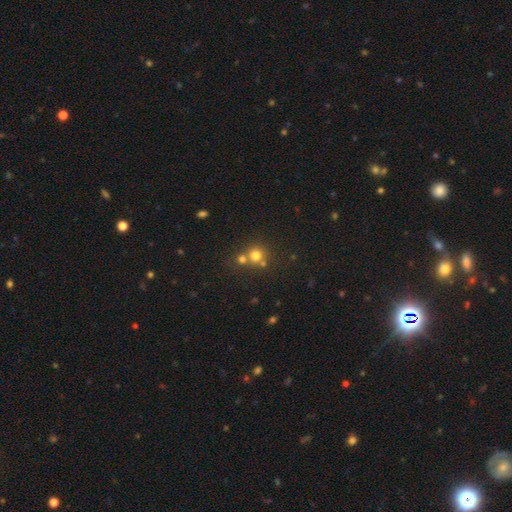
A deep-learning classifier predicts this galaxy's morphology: A smooth galaxy with no disk features (73%) that is round (90%). Merging: none (52%).